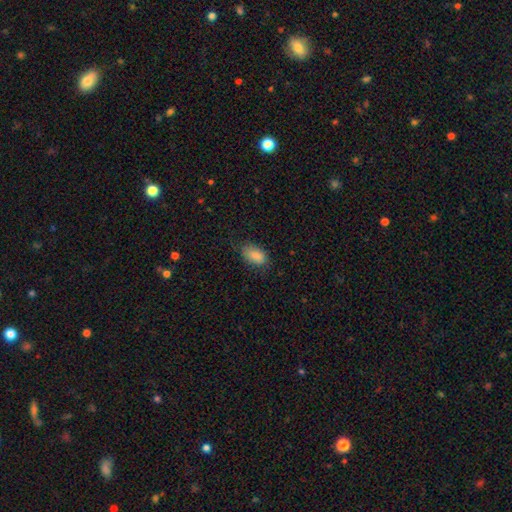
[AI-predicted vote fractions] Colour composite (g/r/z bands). It shows a smooth galaxy with no disk features (88%) that is in between round and cigar-shaped (92%). Merging: none (71%).